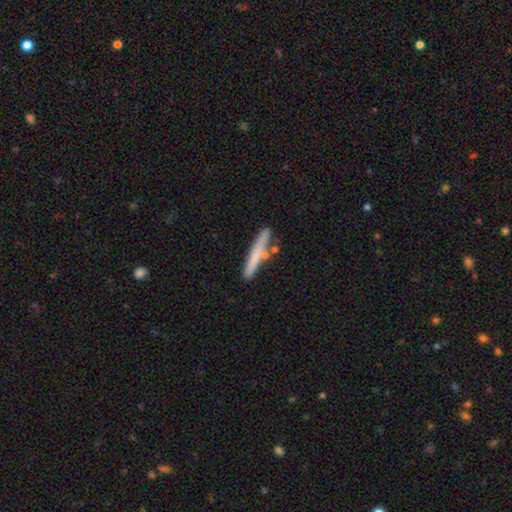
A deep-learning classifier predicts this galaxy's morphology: The model was most divided on "smooth or featured": smooth: 63%, featured or disk: 30%, star or artifact: 7%. More confident: how rounded — cigar-shaped (94%); merging — none (72%).